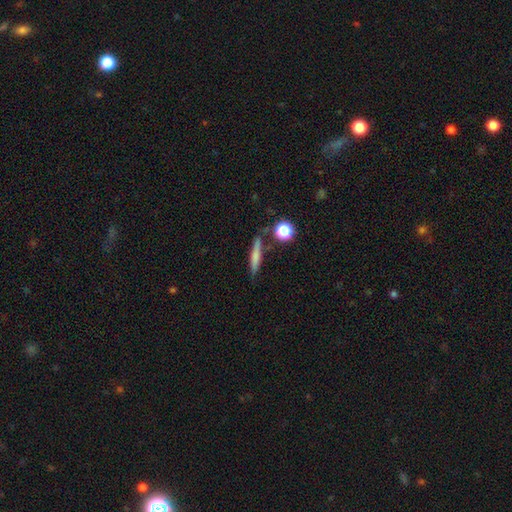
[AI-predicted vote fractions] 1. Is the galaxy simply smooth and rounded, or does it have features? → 66% smooth, 25% featured or disk, 9% star or artifact.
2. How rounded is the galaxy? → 84% cigar-shaped, 10% in between, 5% round.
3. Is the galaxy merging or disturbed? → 79% none, 12% minor disturbance, 5% merger, 3% major disturbance.